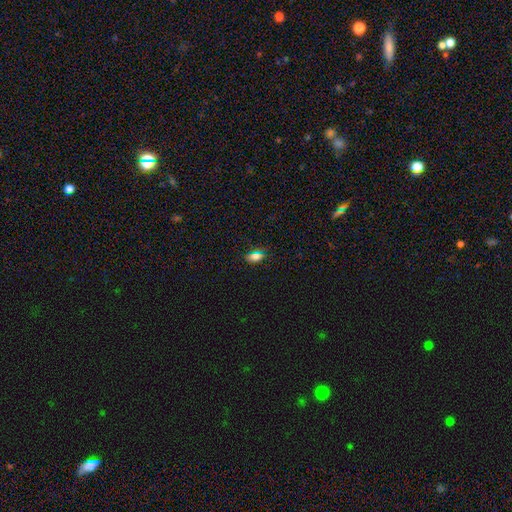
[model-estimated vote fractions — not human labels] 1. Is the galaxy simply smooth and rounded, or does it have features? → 65% smooth, 27% star or artifact, 8% featured or disk.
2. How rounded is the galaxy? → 80% in between, 13% round, 7% cigar-shaped.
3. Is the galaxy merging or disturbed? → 83% none, 12% minor disturbance, 3% major disturbance, 2% merger.